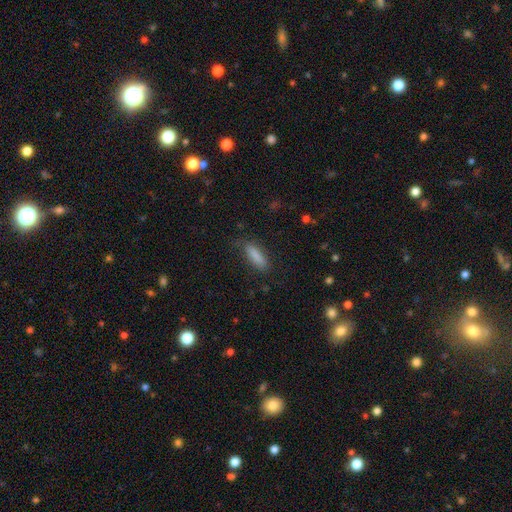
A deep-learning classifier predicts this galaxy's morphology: Q: Smooth or featured?
A: smooth (85%); runner-up: featured or disk (8%)
Q: How rounded?
A: cigar-shaped (54%); runner-up: in between (44%)
Q: Merging?
A: none (79%); runner-up: minor disturbance (16%)